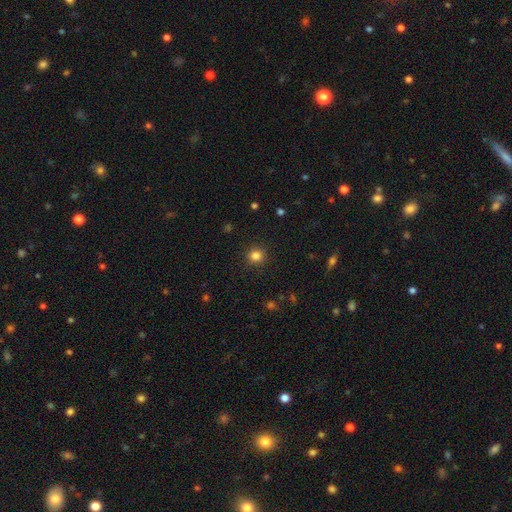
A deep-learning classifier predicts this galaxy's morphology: type=smooth (83%); roundness=round (93%); merging=none (91%).